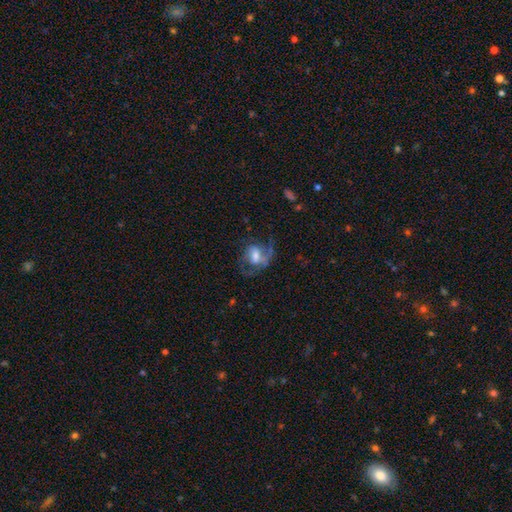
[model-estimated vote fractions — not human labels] This appears to be a featured or disk galaxy (65%) with a weak bar (46%), 2 (61%) medium (47%) spiral arms (82%) and a moderate central bulge (49%). Merging: none (45%).